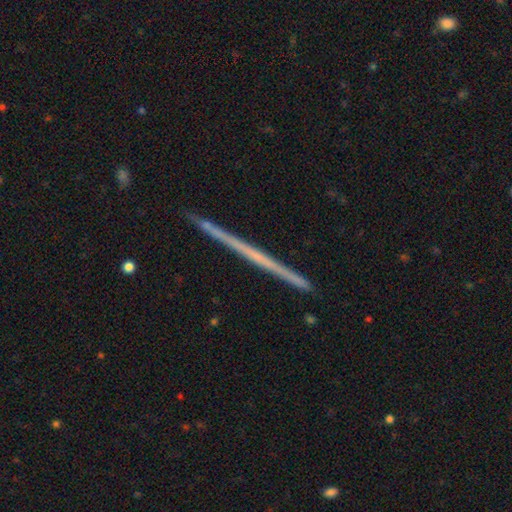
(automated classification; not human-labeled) The model was most divided on "smooth or featured": featured or disk: 68%, smooth: 26%, star or artifact: 7%. More confident: edge-on disk — yes (98%); merging — none (92%); edge-on bulge — none (89%).